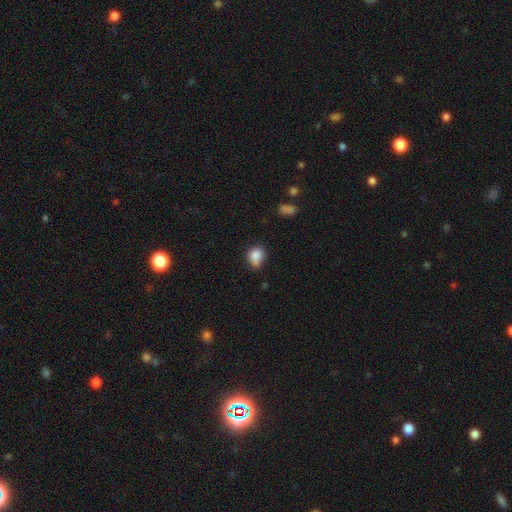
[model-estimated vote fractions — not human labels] smooth-or-featured: smooth: 84% | star or artifact: 10% | featured or disk: 6%
  how-rounded: round: 55% | in between: 44% | cigar-shaped: 1%
  merging: none: 54% | minor disturbance: 33% | major disturbance: 7% | merger: 6%